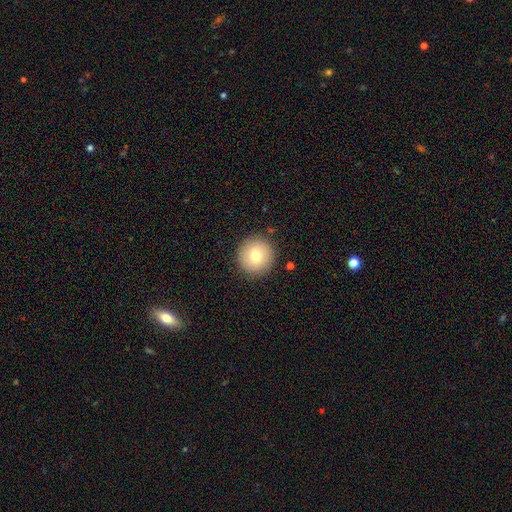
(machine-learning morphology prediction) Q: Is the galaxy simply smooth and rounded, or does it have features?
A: smooth — 77%.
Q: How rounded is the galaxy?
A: round — 95%.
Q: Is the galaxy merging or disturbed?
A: none — 89%.